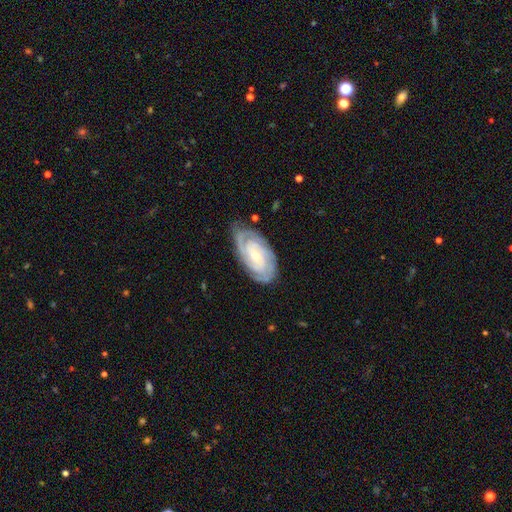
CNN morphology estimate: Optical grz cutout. It shows a featured or disk galaxy (89%) with no bar (50%), 3 (32%) tight (76%) spiral arms (98%) and a small central bulge (58%). Merging: none (80%).